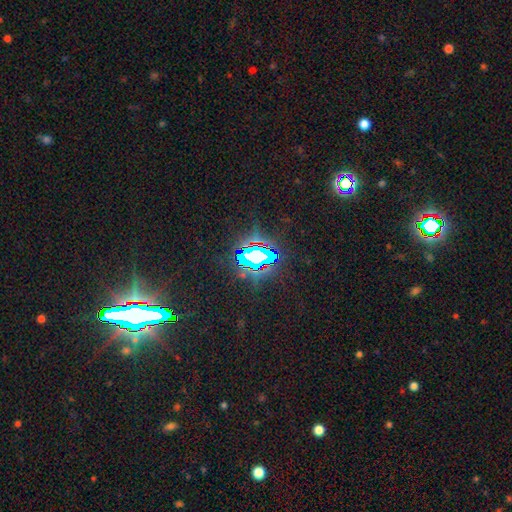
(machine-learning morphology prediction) A star or artifact, not a galaxy (75%).

Vote fractions:
- Smooth or featured? star or artifact: 75% / smooth: 13% / featured or disk: 11%